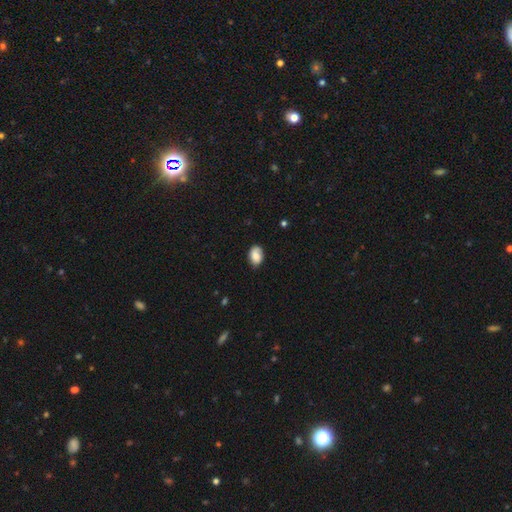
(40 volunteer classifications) Morphology: type=smooth (70%); roundness=in between (96%); merging=none (69%).